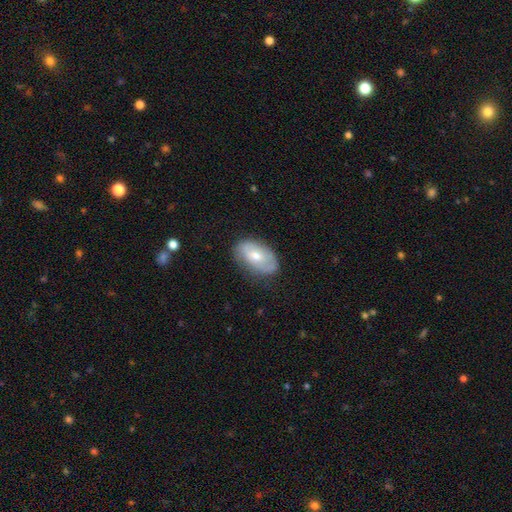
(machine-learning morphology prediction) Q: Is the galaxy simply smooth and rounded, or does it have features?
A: smooth — 52%.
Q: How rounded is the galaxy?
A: in between — 91%.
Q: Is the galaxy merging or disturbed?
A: none — 75%.